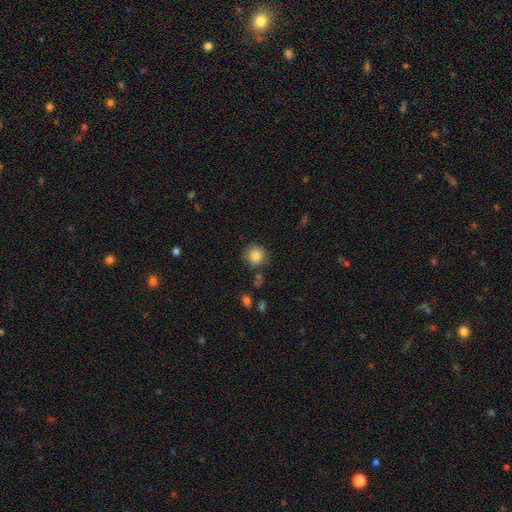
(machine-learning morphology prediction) Q: Smooth or featured?
A: smooth (85%); runner-up: star or artifact (9%)
Q: How rounded?
A: round (91%); runner-up: in between (8%)
Q: Merging?
A: none (81%); runner-up: minor disturbance (12%)